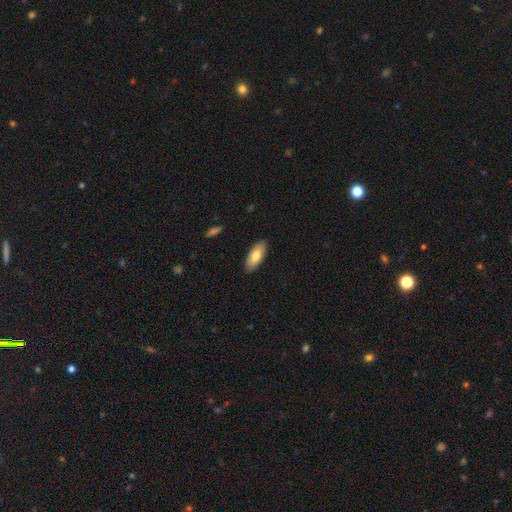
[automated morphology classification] smooth-or-featured: smooth: 78% | featured or disk: 17% | star or artifact: 6%
  how-rounded: in between: 83% | cigar-shaped: 15% | round: 2%
  merging: none: 89% | minor disturbance: 8% | major disturbance: 2% | merger: 1%